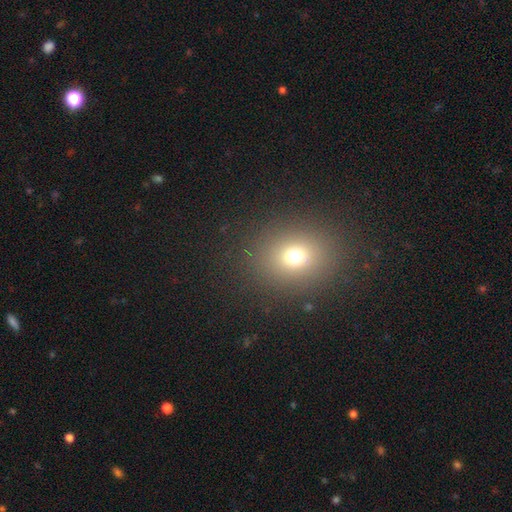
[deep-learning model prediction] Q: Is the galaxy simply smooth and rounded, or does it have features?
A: smooth — 68%.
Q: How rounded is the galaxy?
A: round — 58%.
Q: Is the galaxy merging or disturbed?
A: none — 90%.